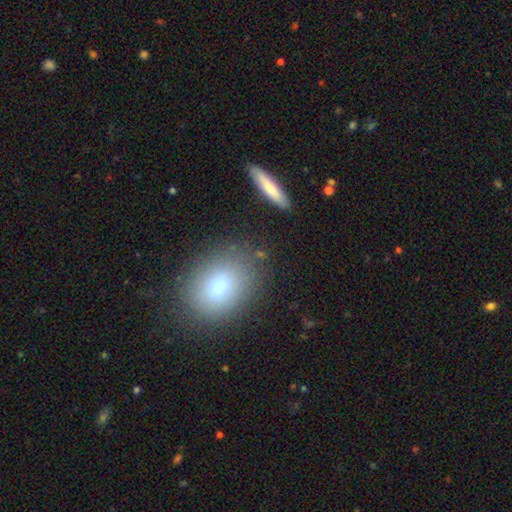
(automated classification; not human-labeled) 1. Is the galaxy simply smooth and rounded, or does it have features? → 75% smooth, 12% featured or disk, 12% star or artifact.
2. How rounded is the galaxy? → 67% in between, 29% round, 4% cigar-shaped.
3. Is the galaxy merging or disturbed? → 81% none, 12% minor disturbance, 4% merger, 3% major disturbance.